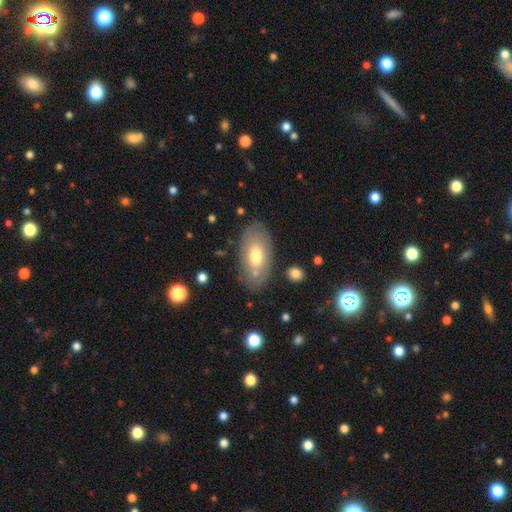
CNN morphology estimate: smooth-or-featured: smooth: 61% | featured or disk: 33% | star or artifact: 6%
  how-rounded: in between: 93% | cigar-shaped: 3% | round: 3%
  merging: none: 75% | minor disturbance: 15% | merger: 5% | major disturbance: 5%